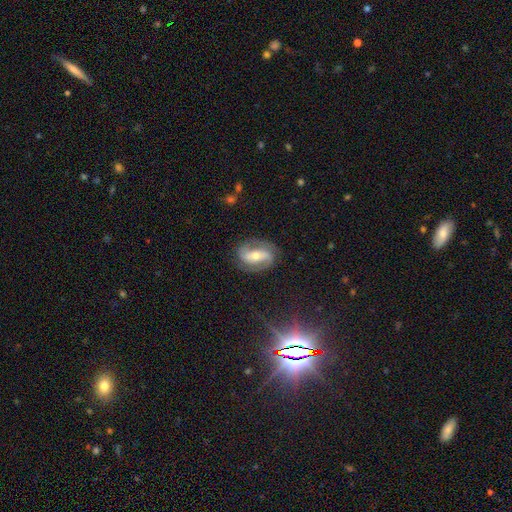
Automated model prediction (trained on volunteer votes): Q: Smooth or featured?
A: featured or disk (78%); runner-up: smooth (14%)
Q: Edge-on disk?
A: no (95%); runner-up: yes (5%)
Q: Bar?
A: strong (46%); runner-up: weak (30%)
Q: Spiral arms?
A: yes (91%); runner-up: no (9%)
Q: Spiral winding?
A: medium (45%); runner-up: tight (36%)
Q: Spiral arm count?
A: 2 (88%); runner-up: can't tell (6%)
Q: Bulge size?
A: moderate (60%); runner-up: small (33%)
Q: Merging?
A: none (80%); runner-up: minor disturbance (13%)